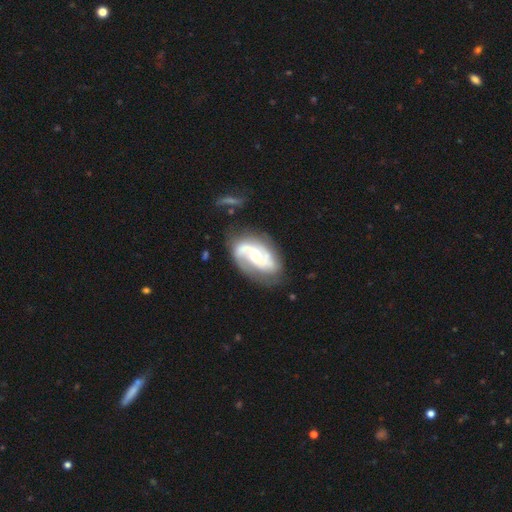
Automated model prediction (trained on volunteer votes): A featured or disk galaxy (86%) with no bar (49%), 2 (76%) medium (48%) spiral arms (96%) and a moderate central bulge (61%). Merging: none (66%).